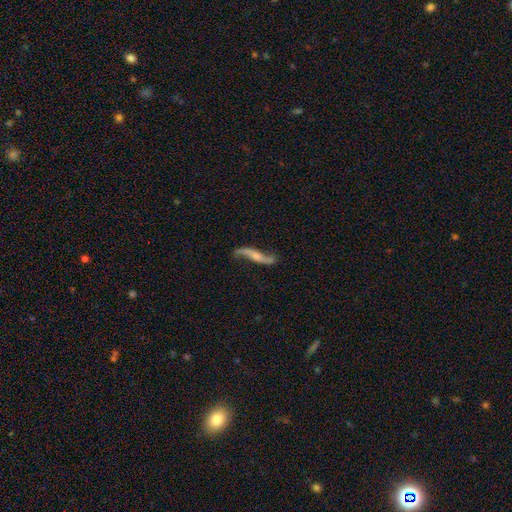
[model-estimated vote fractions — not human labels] This is likely a featured or disk galaxy (79%). It is likely not viewed edge-on (74%). Bar: possibly no (56%). Spiral arm pattern: clearly yes (93%). Spiral arm count: clearly 2 (92%). Spiral winding: clearly loose (92%). Central bulge: marginally small (42%). Merging: likely none (69%).